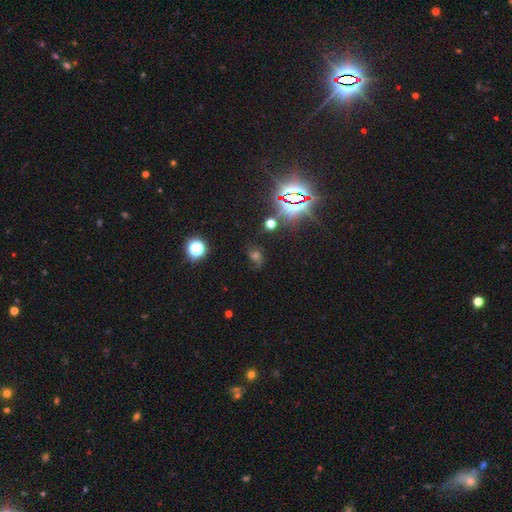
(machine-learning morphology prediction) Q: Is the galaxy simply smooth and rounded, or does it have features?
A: star or artifact — 51%.